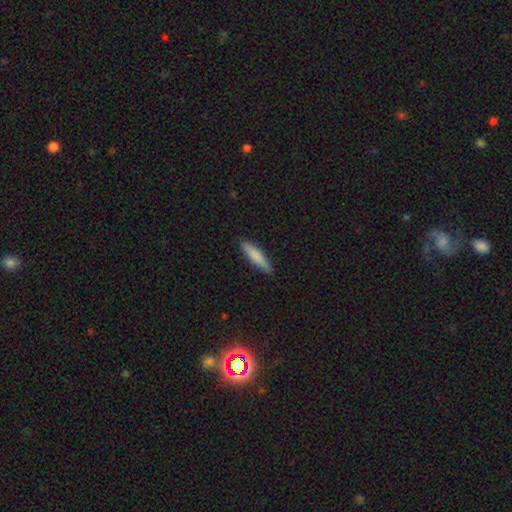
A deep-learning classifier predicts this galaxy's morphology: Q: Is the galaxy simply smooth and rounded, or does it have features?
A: smooth — 81%.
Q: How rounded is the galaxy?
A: cigar-shaped — 82%.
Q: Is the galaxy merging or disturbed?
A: none — 88%.